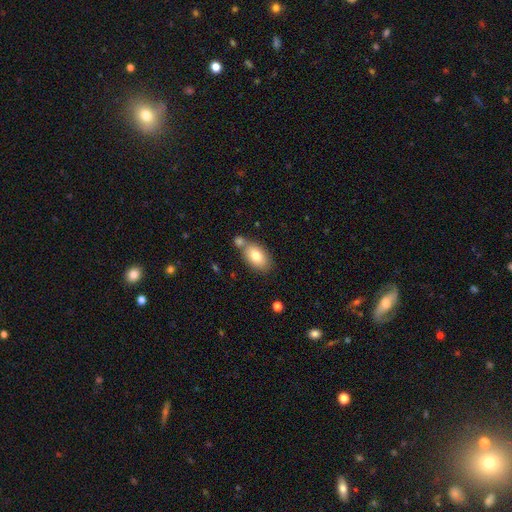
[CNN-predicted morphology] Smooth or featured? Predicted: smooth (p=0.77). How rounded? Predicted: in between (p=0.90). Merging? Predicted: none (p=0.57).